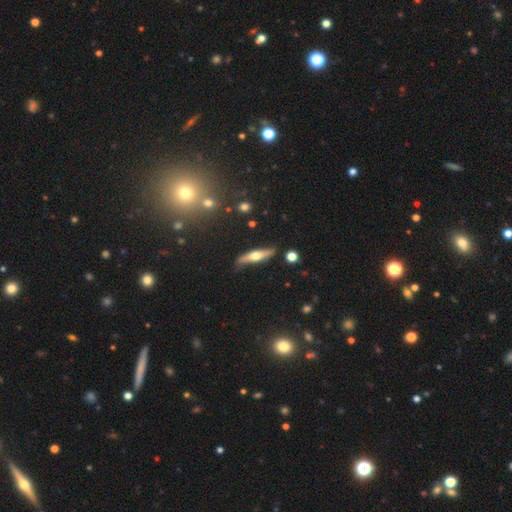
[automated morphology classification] Q: Smooth or featured?
A: featured or disk (56%); runner-up: smooth (39%)
Q: Edge-on disk?
A: yes (89%); runner-up: no (11%)
Q: Merging?
A: none (79%); runner-up: minor disturbance (16%)